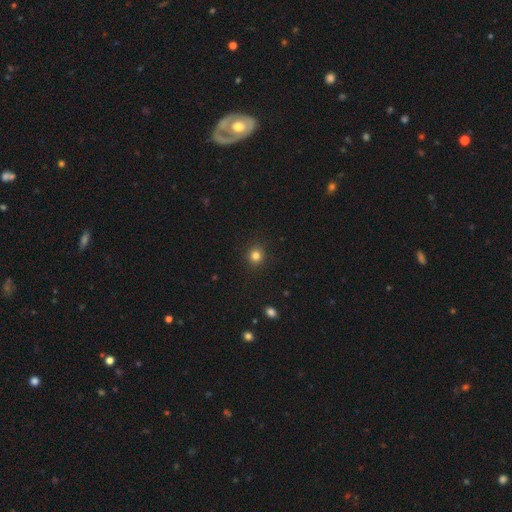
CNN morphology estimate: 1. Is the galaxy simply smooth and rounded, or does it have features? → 82% smooth, 13% star or artifact, 5% featured or disk.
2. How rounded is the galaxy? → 90% round, 9% in between, 1% cigar-shaped.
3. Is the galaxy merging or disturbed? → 91% none, 6% minor disturbance, 2% major disturbance, 1% merger.